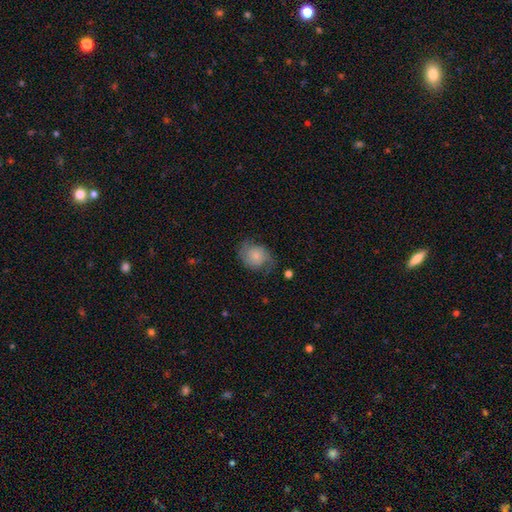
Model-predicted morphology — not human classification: Q: Smooth or featured?
A: featured or disk (55%); runner-up: smooth (37%)
Q: Edge-on disk?
A: no (97%); runner-up: yes (3%)
Q: Bar?
A: no (77%); runner-up: weak (20%)
Q: Spiral arms?
A: yes (90%); runner-up: no (10%)
Q: Bulge size?
A: small (54%); runner-up: moderate (25%)
Q: Merging?
A: none (63%); runner-up: minor disturbance (23%)